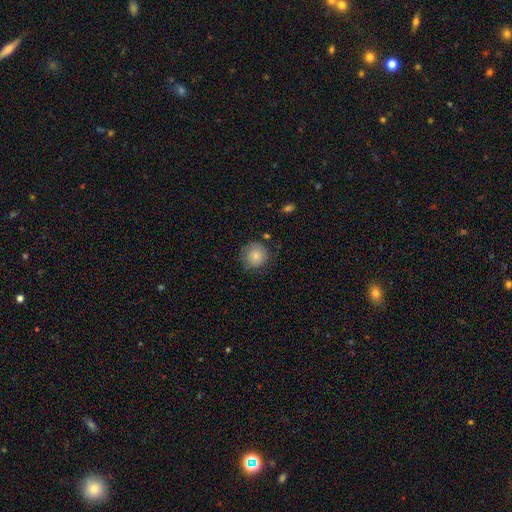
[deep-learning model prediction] smooth_or_featured: smooth (p=0.80) [alt: featured or disk p=0.12]
how_rounded: round (p=0.92) [alt: in between p=0.07]
merging: none (p=0.75) [alt: minor disturbance p=0.18]